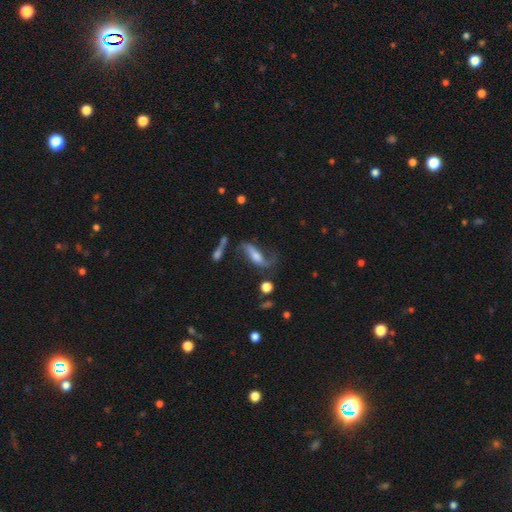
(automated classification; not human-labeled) Smooth or featured?
  - featured or disk: 69% *
  - smooth: 23%
  - star or artifact: 9%
Edge-on disk?
  - no: 75% *
  - yes: 25%
Bar?
  - no: 35% *
  - weak: 34%
  - strong: 31%
Spiral arms?
  - yes: 88% *
  - no: 12%
Bulge size?
  - moderate: 42% *
  - small: 29%
  - large: 14%
  - none: 12%
  - dominant: 3%
Merging?
  - none: 48% *
  - minor disturbance: 21%
  - major disturbance: 20%
  - merger: 11%